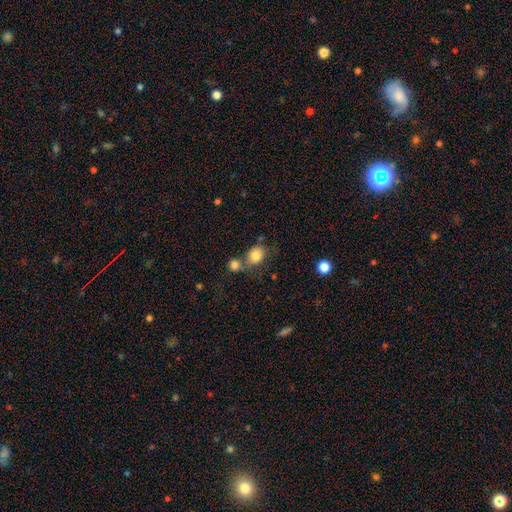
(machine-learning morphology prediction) The model was most divided on "how rounded": round: 52%, in between: 47%, cigar-shaped: 1%. More confident: smooth or featured — smooth (82%); merging — none (52%).